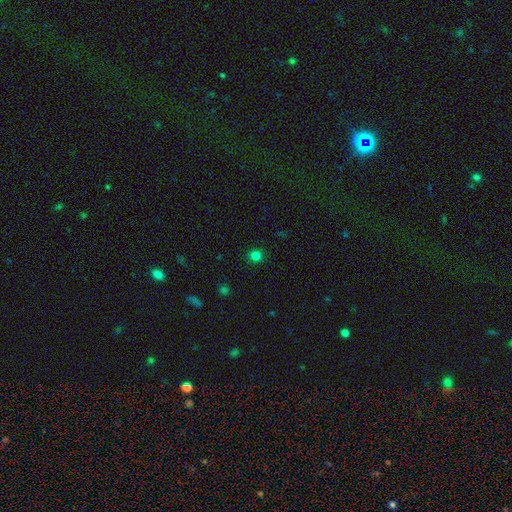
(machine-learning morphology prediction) The model was most divided on "smooth or featured": smooth: 80%, star or artifact: 16%, featured or disk: 4%. More confident: merging — none (90%); how rounded — round (87%).